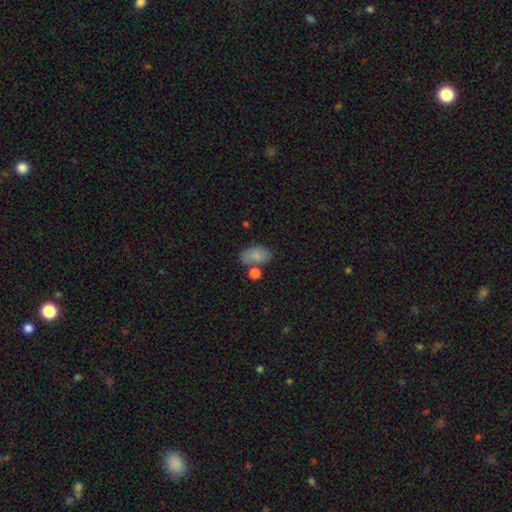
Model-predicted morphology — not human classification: A smooth galaxy with no disk features (81%) that is in between round and cigar-shaped (88%).

Vote fractions:
- Smooth or featured? smooth: 81% / featured or disk: 11% / star or artifact: 9%
- How rounded? in between: 88% / round: 10% / cigar-shaped: 1%
- Merging? none: 52% / minor disturbance: 20% / merger: 20% / major disturbance: 7%